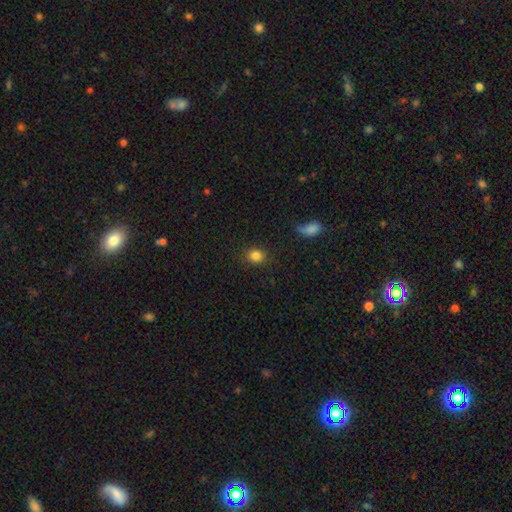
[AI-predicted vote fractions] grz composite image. It shows a smooth galaxy with no disk features (84%) that is round (73%). Merging: none (87%).